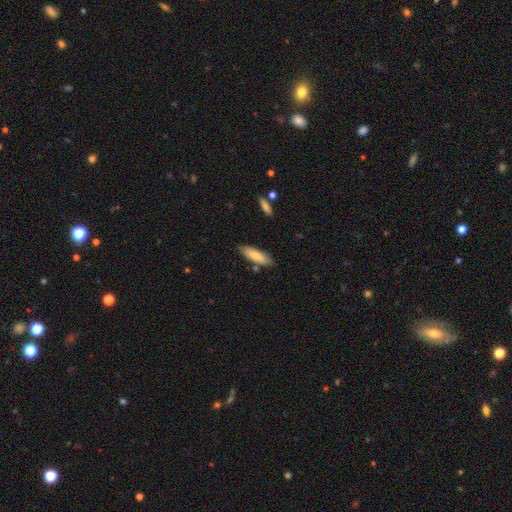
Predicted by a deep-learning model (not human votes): Q: Smooth or featured?
A: smooth (75%); runner-up: featured or disk (19%)
Q: How rounded?
A: cigar-shaped (56%); runner-up: in between (43%)
Q: Merging?
A: none (82%); runner-up: minor disturbance (12%)